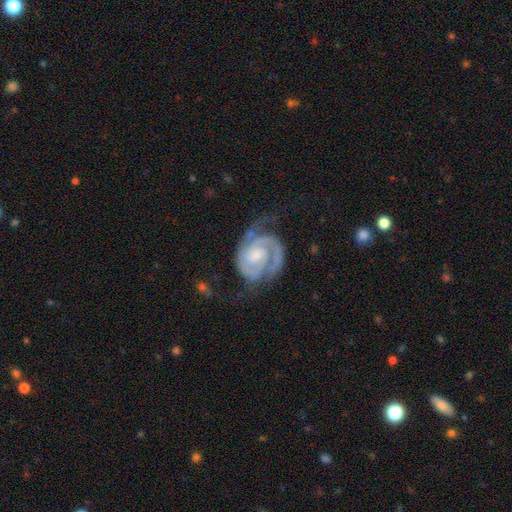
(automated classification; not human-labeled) Smooth or featured? Predicted: featured or disk (p=0.89). Edge-on disk? Predicted: no (p=0.98). Bar? Predicted: no (p=0.54). Spiral arms? Predicted: yes (p=0.97). Spiral winding? Predicted: tight (p=0.56). Spiral arm count? Predicted: 2 (p=0.72). Bulge size? Predicted: moderate (p=0.37). Merging? Predicted: none (p=0.56).